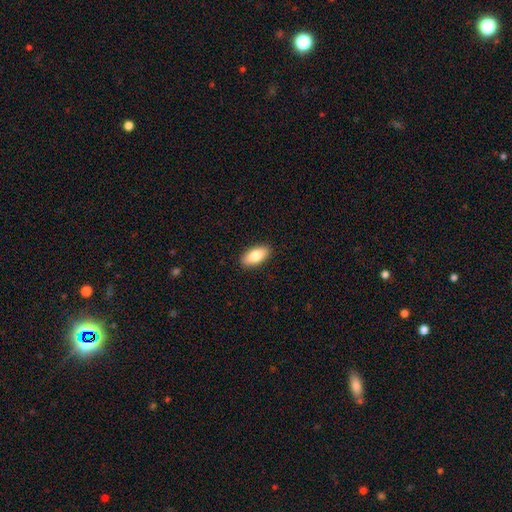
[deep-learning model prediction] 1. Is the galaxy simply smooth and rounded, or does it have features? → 82% smooth, 12% featured or disk, 6% star or artifact.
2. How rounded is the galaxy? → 90% in between, 8% cigar-shaped, 3% round.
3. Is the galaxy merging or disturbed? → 90% none, 7% minor disturbance, 2% major disturbance, 1% merger.